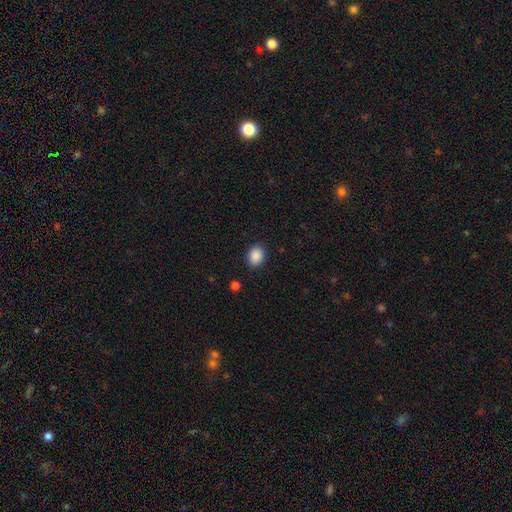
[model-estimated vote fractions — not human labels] smooth 89%, star or artifact 8%, featured or disk 3%. Down the decision tree: how rounded — in between (58%); merging — none (87%).